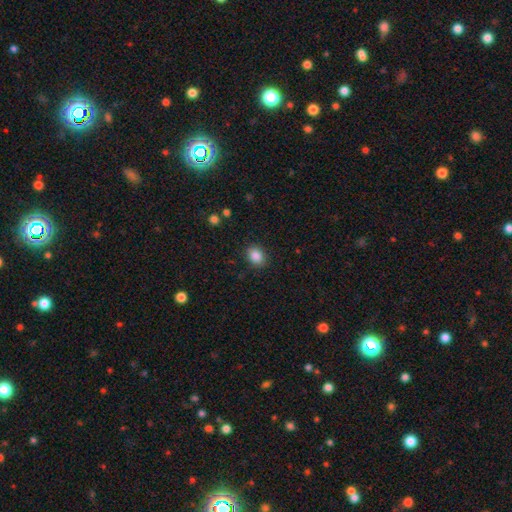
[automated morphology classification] Smooth or featured?
  - smooth: 87% *
  - star or artifact: 9%
  - featured or disk: 4%
How rounded?
  - in between: 58% *
  - round: 41%
  - cigar-shaped: 1%
Merging?
  - none: 87% *
  - minor disturbance: 9%
  - major disturbance: 3%
  - merger: 1%